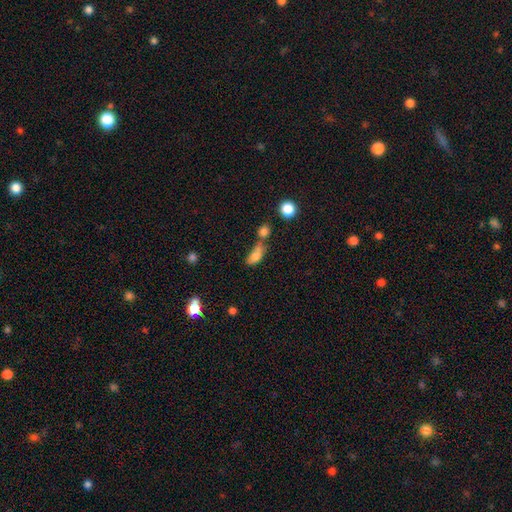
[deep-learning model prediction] This is likely a smooth galaxy (75%). How rounded: likely in between (78%). Merging: marginally merger (41%).